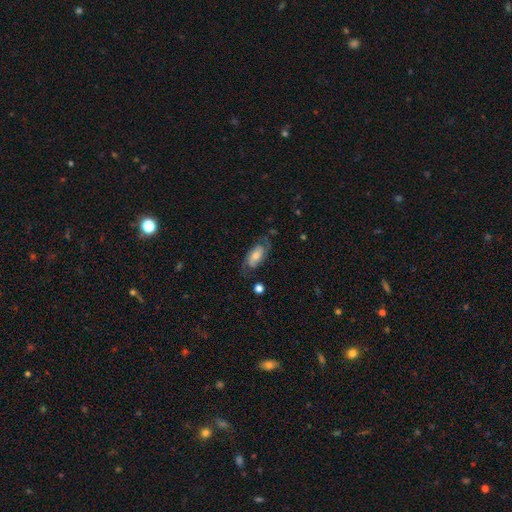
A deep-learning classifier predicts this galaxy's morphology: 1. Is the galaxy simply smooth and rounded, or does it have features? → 66% featured or disk, 27% smooth, 7% star or artifact.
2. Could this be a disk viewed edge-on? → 93% no, 7% yes.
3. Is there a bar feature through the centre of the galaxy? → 57% no, 33% weak, 10% strong.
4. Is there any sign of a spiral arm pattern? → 91% yes, 9% no.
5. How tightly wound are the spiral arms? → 45% medium, 32% tight, 22% loose.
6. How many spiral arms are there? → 84% 2, 9% can't tell, 3% 1, 2% 3, 1% 4, 1% more than 4.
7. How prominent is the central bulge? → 46% moderate, 31% small, 14% large, 6% none, 2% dominant.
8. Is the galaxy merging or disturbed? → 71% none, 18% minor disturbance, 9% major disturbance, 2% merger.